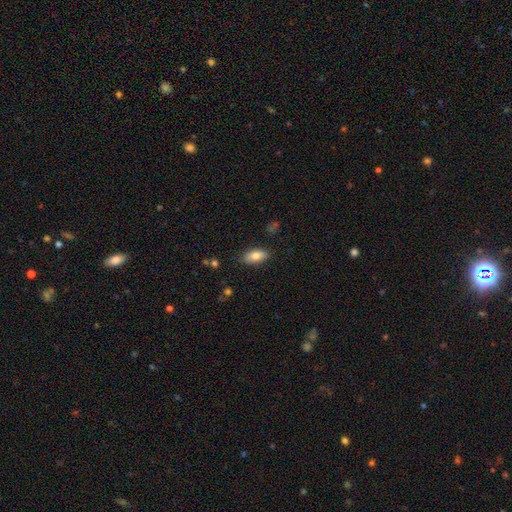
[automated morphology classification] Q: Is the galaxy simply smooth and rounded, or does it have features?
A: smooth — 79%.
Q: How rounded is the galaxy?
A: in between — 89%.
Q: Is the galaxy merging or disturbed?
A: none — 85%.